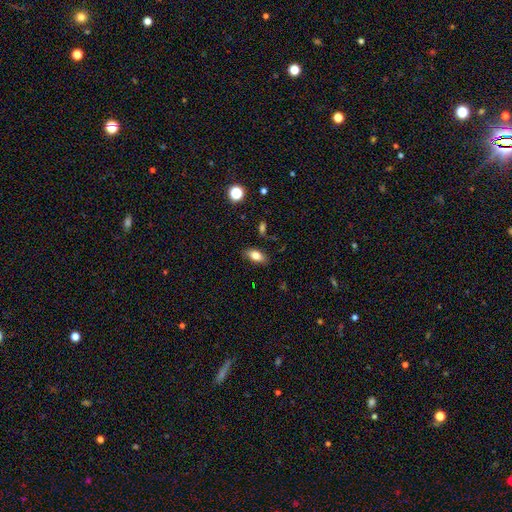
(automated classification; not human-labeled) Q: Smooth or featured?
A: smooth (80%); runner-up: featured or disk (11%)
Q: How rounded?
A: in between (88%); runner-up: round (6%)
Q: Merging?
A: none (83%); runner-up: minor disturbance (12%)